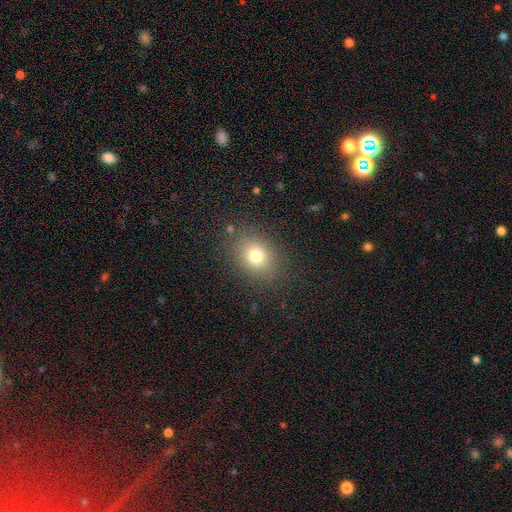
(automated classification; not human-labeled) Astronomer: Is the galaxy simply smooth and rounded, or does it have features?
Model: smooth — 74%.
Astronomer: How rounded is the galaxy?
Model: round — 51% (runner-up: in between, 48%).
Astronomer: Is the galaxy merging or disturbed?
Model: none — 84%.